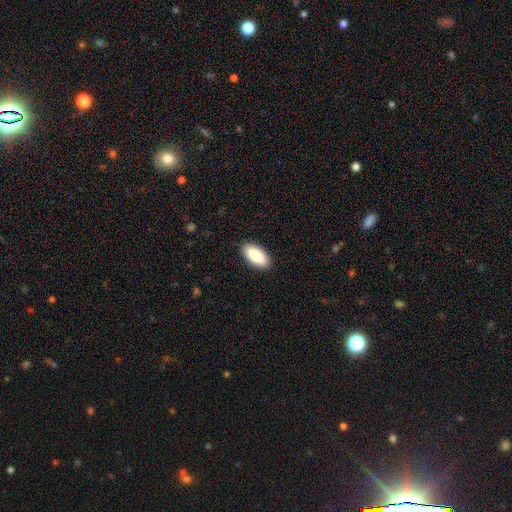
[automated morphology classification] A smooth galaxy with no disk features (83%) that is in between round and cigar-shaped (93%).

Vote fractions:
- Smooth or featured? smooth: 83% / featured or disk: 11% / star or artifact: 6%
- How rounded? in between: 93% / cigar-shaped: 5% / round: 2%
- Merging? none: 90% / minor disturbance: 7% / major disturbance: 2% / merger: 1%